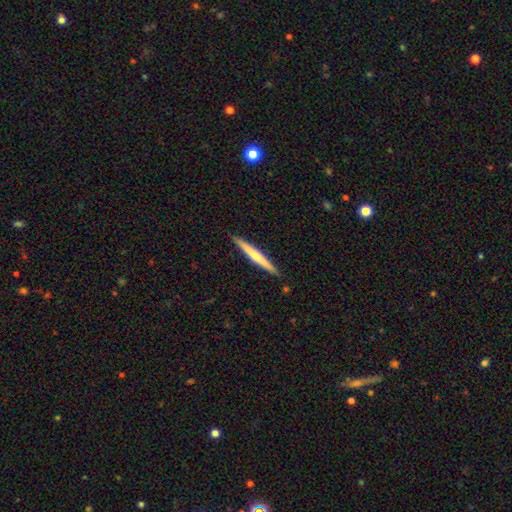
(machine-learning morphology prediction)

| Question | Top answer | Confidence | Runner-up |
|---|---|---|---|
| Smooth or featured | featured or disk | 52% | smooth (43%) |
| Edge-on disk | yes | 97% | no (3%) |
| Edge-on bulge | rounded | 56% | none (38%) |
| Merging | none | 91% | minor disturbance (7%) |